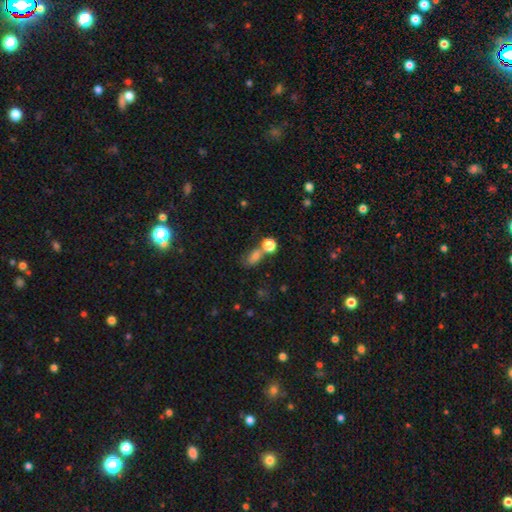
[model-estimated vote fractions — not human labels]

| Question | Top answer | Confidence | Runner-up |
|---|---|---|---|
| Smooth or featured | smooth | 70% | star or artifact (20%) |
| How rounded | in between | 69% | round (27%) |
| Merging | none | 42% | merger (34%) |